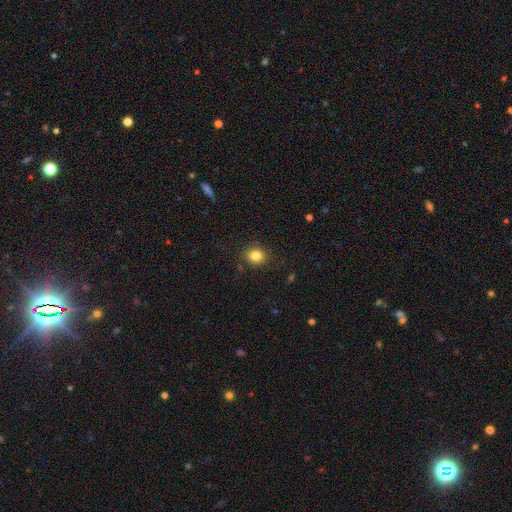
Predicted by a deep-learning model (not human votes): smooth-or-featured: smooth: 83% | star or artifact: 11% | featured or disk: 6%
  how-rounded: round: 80% | in between: 20% | cigar-shaped: 1%
  merging: none: 87% | minor disturbance: 9% | major disturbance: 3% | merger: 1%